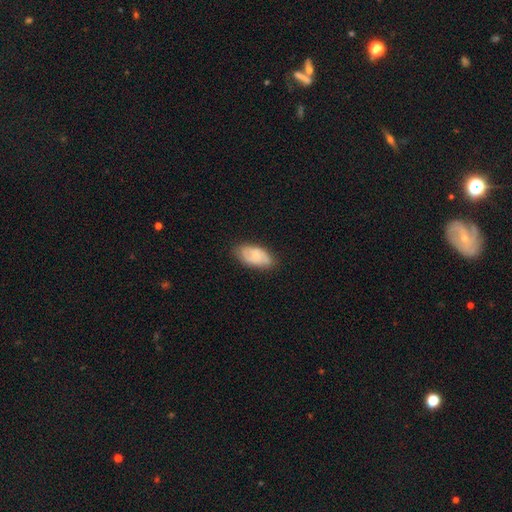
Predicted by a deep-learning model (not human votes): This is possibly a smooth galaxy (55%). How rounded: clearly in between (93%). Merging: likely none (75%).